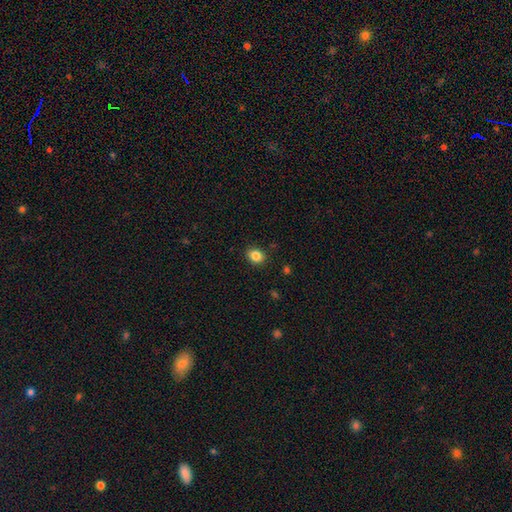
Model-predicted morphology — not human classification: Smooth or featured? smooth (85%)
How rounded? round (55%)
Merging? none (88%)